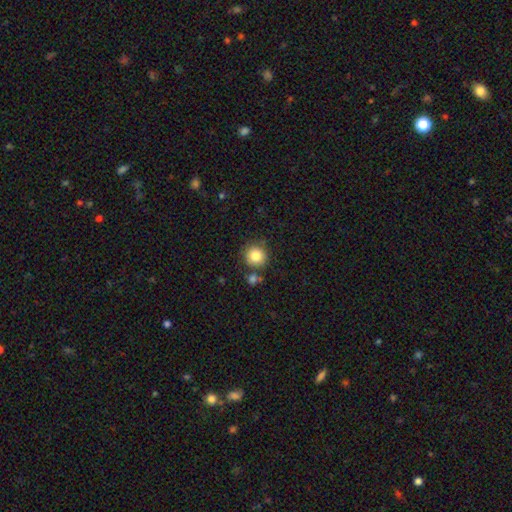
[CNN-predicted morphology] This is clearly a smooth galaxy (83%). How rounded: clearly round (93%). Merging: clearly none (80%).